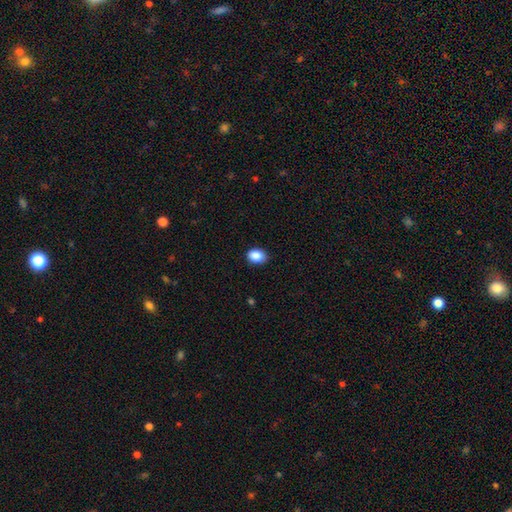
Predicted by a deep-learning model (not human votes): smooth 89%, star or artifact 8%, featured or disk 3%. Down the decision tree: how rounded — in between (72%); merging — none (86%).